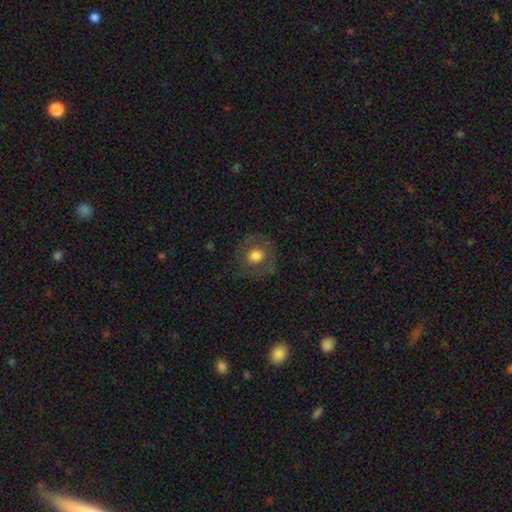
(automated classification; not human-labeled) Q: Smooth or featured?
A: smooth (67%); runner-up: featured or disk (23%)
Q: How rounded?
A: round (90%); runner-up: in between (9%)
Q: Merging?
A: none (82%); runner-up: minor disturbance (11%)